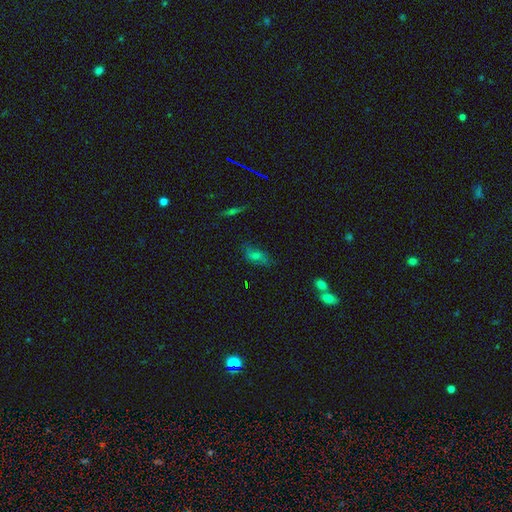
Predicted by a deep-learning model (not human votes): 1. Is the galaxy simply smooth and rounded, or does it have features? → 43% smooth, 30% star or artifact, 28% featured or disk.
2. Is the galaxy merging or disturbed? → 67% none, 20% minor disturbance, 9% major disturbance, 4% merger.